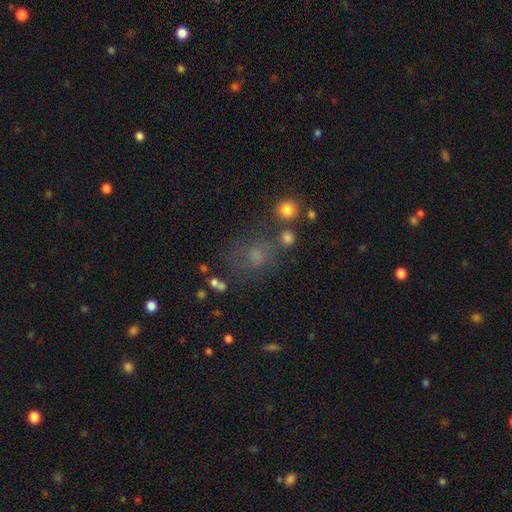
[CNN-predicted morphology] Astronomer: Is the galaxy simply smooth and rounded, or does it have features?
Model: smooth — 56%.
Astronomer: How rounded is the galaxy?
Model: round — 66%.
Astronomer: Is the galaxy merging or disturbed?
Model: none — 56%.